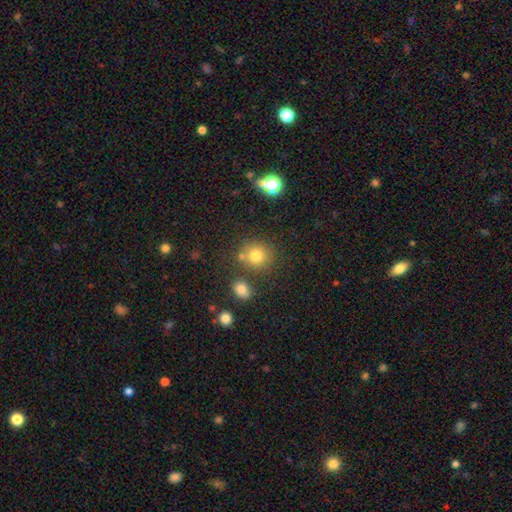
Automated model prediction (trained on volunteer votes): Q: Smooth or featured?
A: smooth (77%); runner-up: star or artifact (15%)
Q: How rounded?
A: round (86%); runner-up: in between (13%)
Q: Merging?
A: none (72%); runner-up: merger (14%)